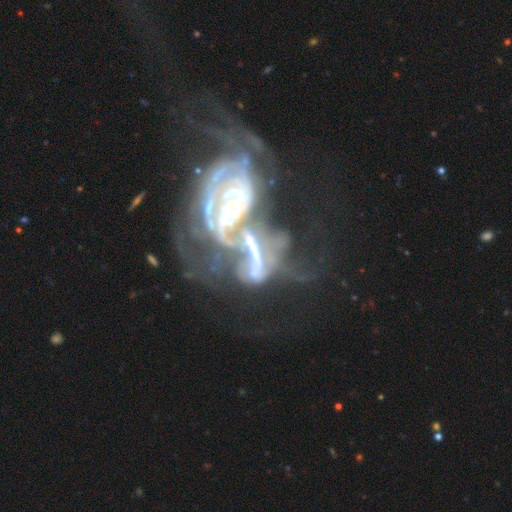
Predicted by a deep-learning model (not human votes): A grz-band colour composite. It shows a featured or disk galaxy (77%) with no bar (53%), spiral arms (63%) and a moderate central bulge (39%). Merging: merger (67%).